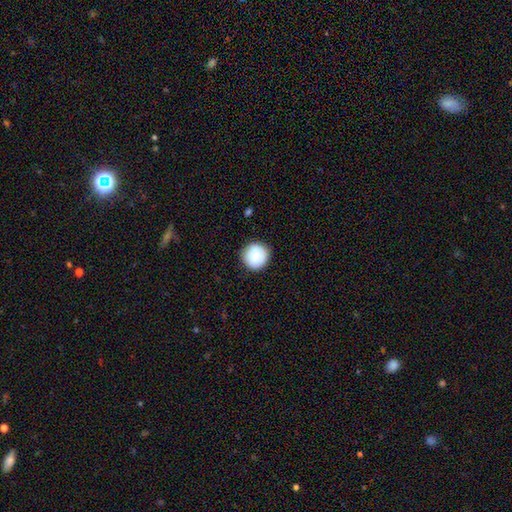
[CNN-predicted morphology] Smooth or featured? Predicted: smooth (p=0.89). How rounded? Predicted: round (p=0.94). Merging? Predicted: none (p=0.90).